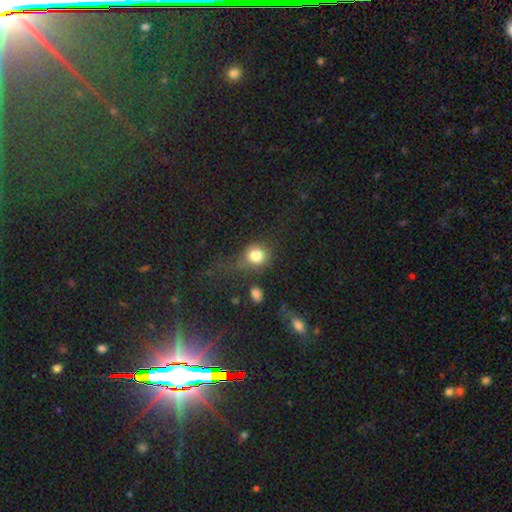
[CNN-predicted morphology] smooth_or_featured: smooth (p=0.80) [alt: star or artifact p=0.11]
how_rounded: round (p=0.73) [alt: in between p=0.25]
merging: none (p=0.48) [alt: minor disturbance p=0.24]